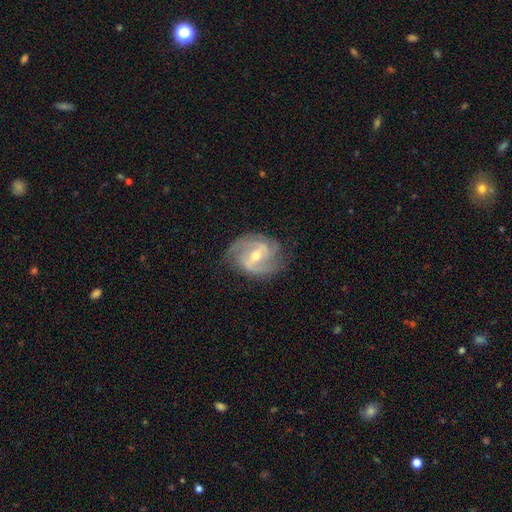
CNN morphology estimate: The model was most divided on "spiral winding": medium: 49%, tight: 37%, loose: 14%. Remaining: edge-on disk — no (97%); spiral arms — yes (97%); smooth or featured — featured or disk (89%); merging — none (77%); spiral arm count — 2 (66%); bulge size — moderate (63%); bar — weak (47%).